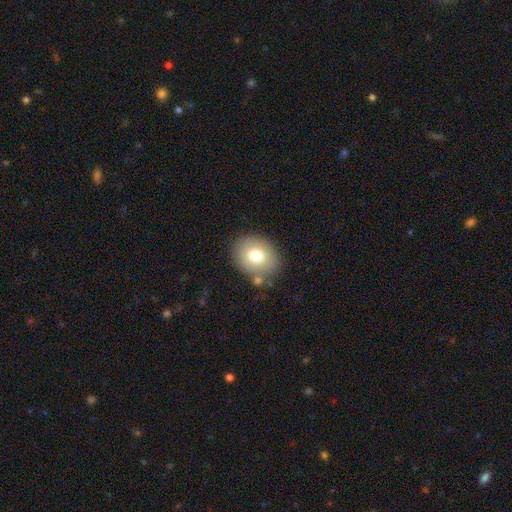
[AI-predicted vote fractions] Smooth or featured?
  - smooth: 76% *
  - featured or disk: 15%
  - star or artifact: 9%
How rounded?
  - round: 56% *
  - in between: 43%
  - cigar-shaped: 1%
Merging?
  - none: 79% *
  - minor disturbance: 12%
  - merger: 5%
  - major disturbance: 4%